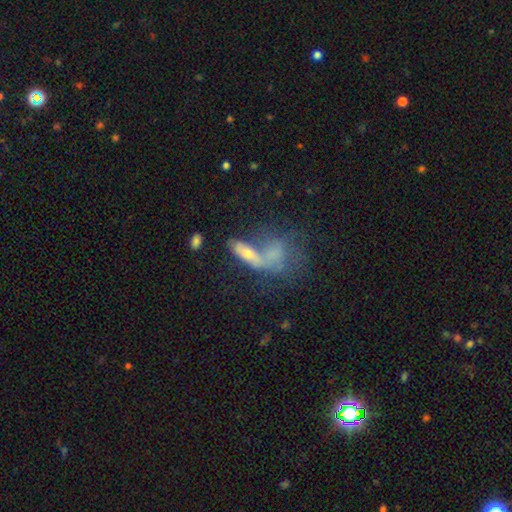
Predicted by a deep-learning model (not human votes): A featured or disk galaxy (42%, tied with smooth). Merging: merger (47%).